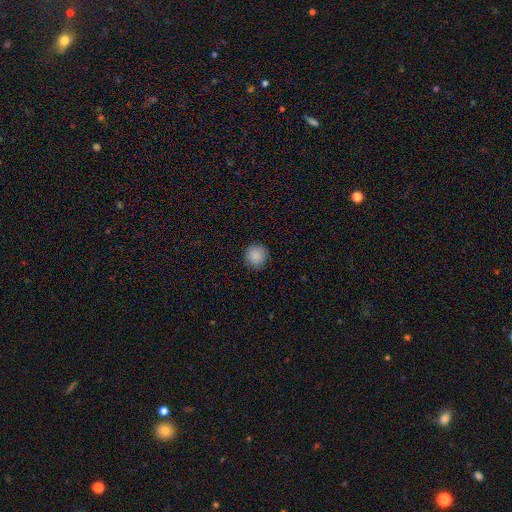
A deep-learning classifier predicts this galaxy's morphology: The model was most divided on "smooth or featured": smooth: 88%, star or artifact: 9%, featured or disk: 3%. More confident: how rounded — round (94%); merging — none (90%).